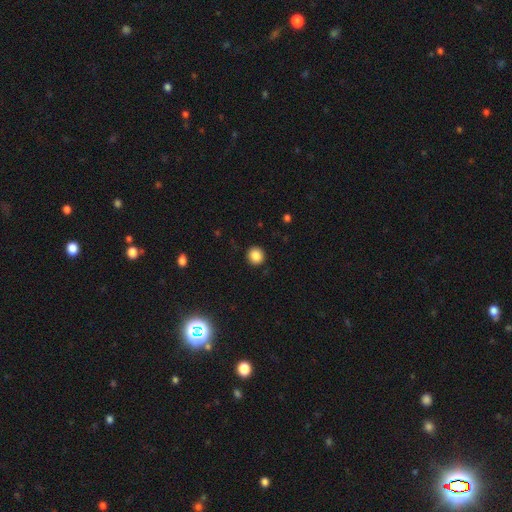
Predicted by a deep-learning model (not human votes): The model was most divided on "smooth or featured": smooth: 86%, star or artifact: 10%, featured or disk: 4%. More confident: merging — none (91%); how rounded — round (91%).